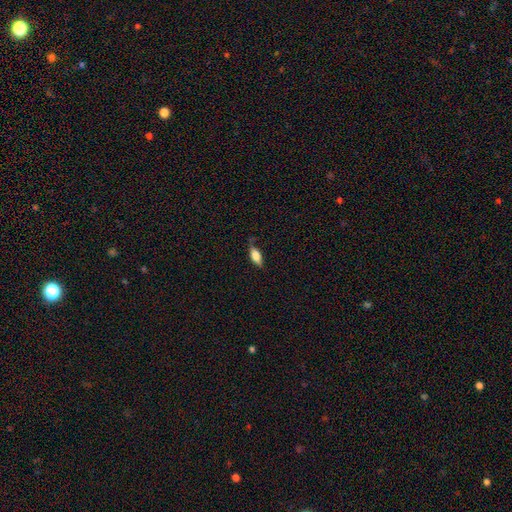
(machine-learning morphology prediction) Smooth or featured?
  - smooth: 72% *
  - featured or disk: 21%
  - star or artifact: 7%
How rounded?
  - in between: 78% *
  - cigar-shaped: 19%
  - round: 3%
Merging?
  - none: 71% *
  - minor disturbance: 22%
  - major disturbance: 4%
  - merger: 2%